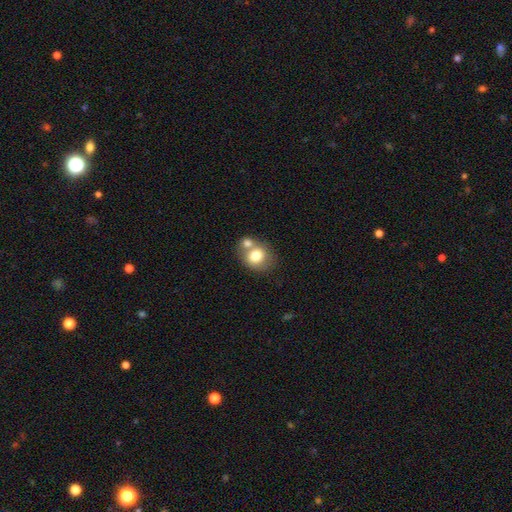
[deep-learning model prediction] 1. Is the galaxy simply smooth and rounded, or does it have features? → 75% smooth, 16% featured or disk, 9% star or artifact.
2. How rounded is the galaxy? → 64% round, 35% in between, 1% cigar-shaped.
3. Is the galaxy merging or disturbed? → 43% merger, 42% none, 11% minor disturbance, 4% major disturbance.